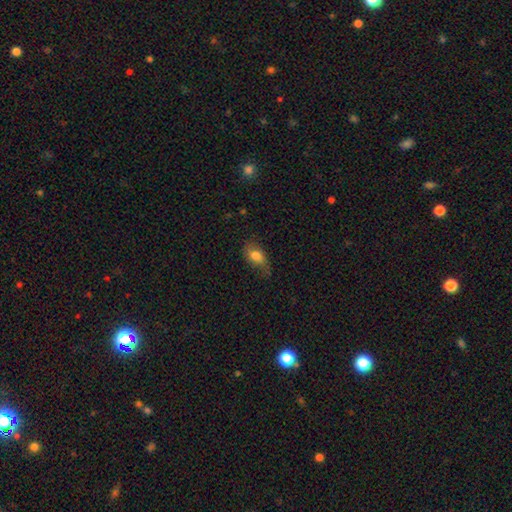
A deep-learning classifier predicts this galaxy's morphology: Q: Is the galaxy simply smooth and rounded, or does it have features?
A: smooth — 74%.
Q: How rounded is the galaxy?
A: in between — 84%.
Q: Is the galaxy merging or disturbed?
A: none — 59%.